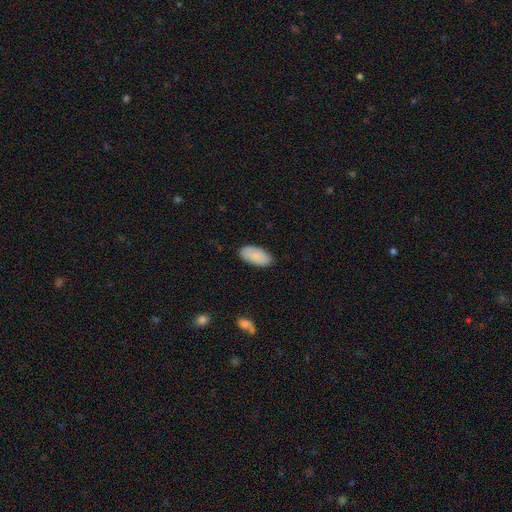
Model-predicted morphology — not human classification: This appears to be a smooth galaxy with no disk features (87%) that is in between round and cigar-shaped (94%). Merging: none (85%).